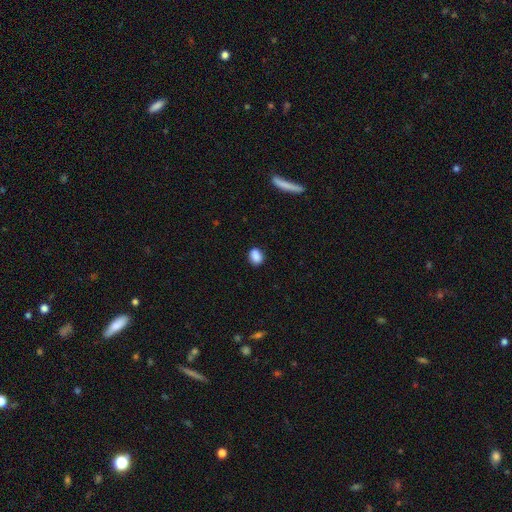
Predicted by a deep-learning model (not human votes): smooth-or-featured: smooth: 87% | star or artifact: 9% | featured or disk: 4%
  how-rounded: in between: 59% | round: 39% | cigar-shaped: 2%
  merging: none: 83% | minor disturbance: 13% | major disturbance: 3% | merger: 1%